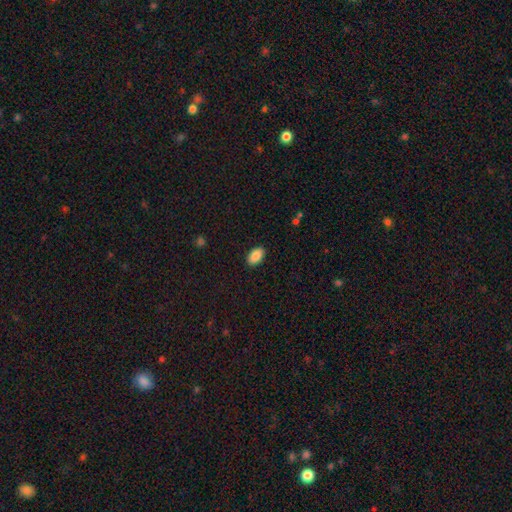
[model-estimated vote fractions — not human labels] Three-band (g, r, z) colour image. It shows a smooth galaxy with no disk features (89%) that is in between round and cigar-shaped (93%). Merging: none (89%).